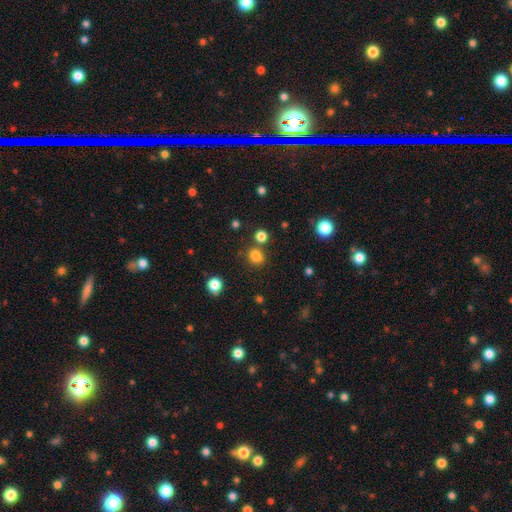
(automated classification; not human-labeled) A smooth galaxy with no disk features (80%) that is round (75%).

Vote fractions:
- Smooth or featured? smooth: 80% / star or artifact: 15% / featured or disk: 5%
- How rounded? round: 75% / in between: 24% / cigar-shaped: 1%
- Merging? none: 74% / merger: 11% / minor disturbance: 11% / major disturbance: 4%